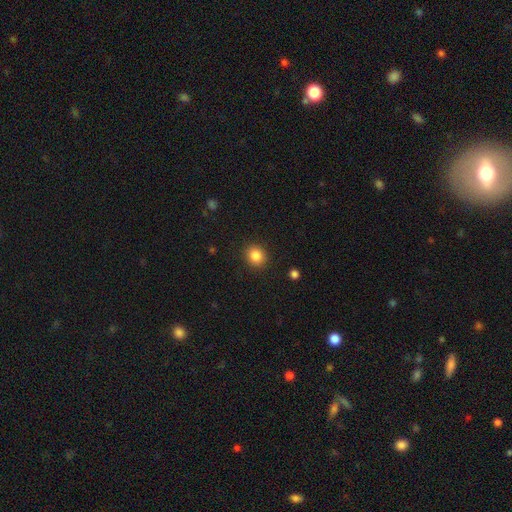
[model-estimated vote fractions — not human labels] A smooth galaxy with no disk features (85%) that is round (80%).

Vote fractions:
- Smooth or featured? smooth: 85% / star or artifact: 10% / featured or disk: 5%
- How rounded? round: 80% / in between: 19% / cigar-shaped: 1%
- Merging? none: 90% / minor disturbance: 6% / major disturbance: 2% / merger: 1%